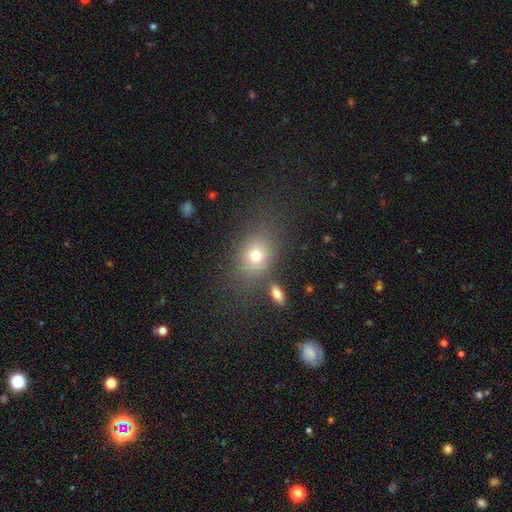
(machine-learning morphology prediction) smooth_or_featured: smooth (p=0.73) [alt: star or artifact p=0.15]
how_rounded: in between (p=0.57) [alt: round p=0.41]
merging: none (p=0.73) [alt: minor disturbance p=0.12]